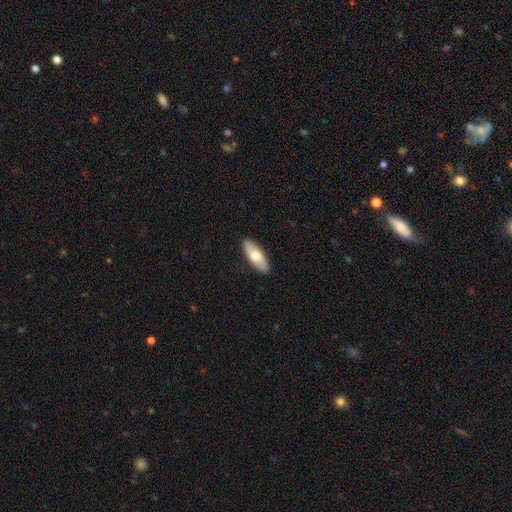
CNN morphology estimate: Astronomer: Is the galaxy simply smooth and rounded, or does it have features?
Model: smooth — 60% (runner-up: featured or disk, 35%).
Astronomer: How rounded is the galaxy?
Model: in between — 79%.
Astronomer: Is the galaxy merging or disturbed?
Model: none — 90%.